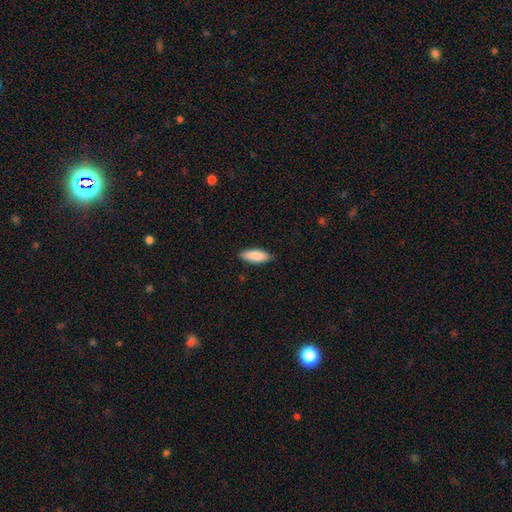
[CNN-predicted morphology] smooth_or_featured: smooth (p=0.86) [alt: featured or disk p=0.09]
how_rounded: in between (p=0.72) [alt: cigar-shaped p=0.26]
merging: none (p=0.87) [alt: minor disturbance p=0.10]